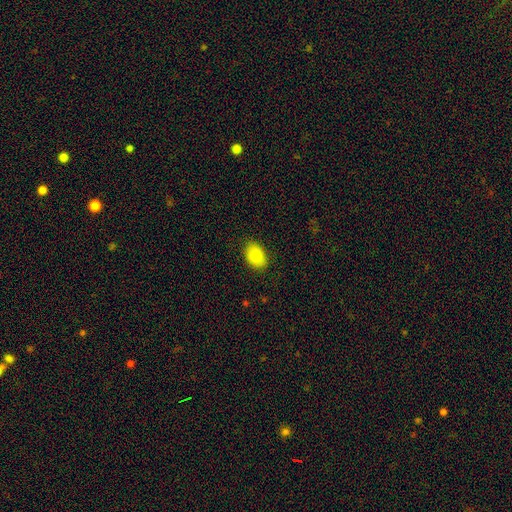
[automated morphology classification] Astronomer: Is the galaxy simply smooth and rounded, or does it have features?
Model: smooth — 84%.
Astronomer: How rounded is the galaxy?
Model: in between — 84%.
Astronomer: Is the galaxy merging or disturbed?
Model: none — 87%.